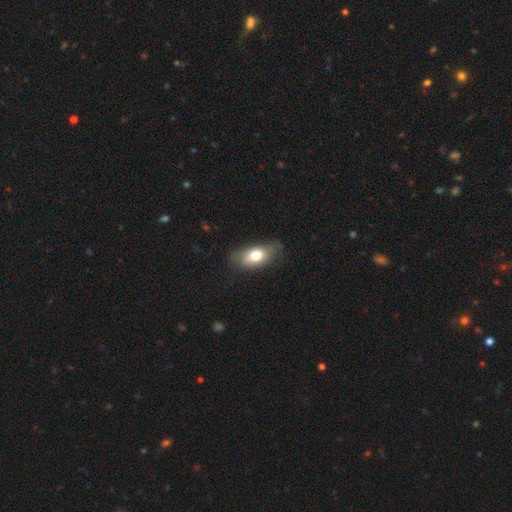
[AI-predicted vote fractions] A smooth galaxy with no disk features (72%) that is in between round and cigar-shaped (87%). Merging: none (66%).